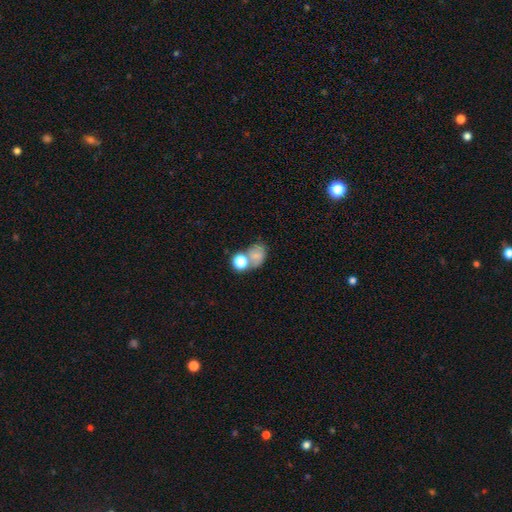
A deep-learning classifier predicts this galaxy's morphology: Smooth or featured? Predicted: smooth (p=0.68). How rounded? Predicted: in between (p=0.54). Merging? Predicted: none (p=0.40).